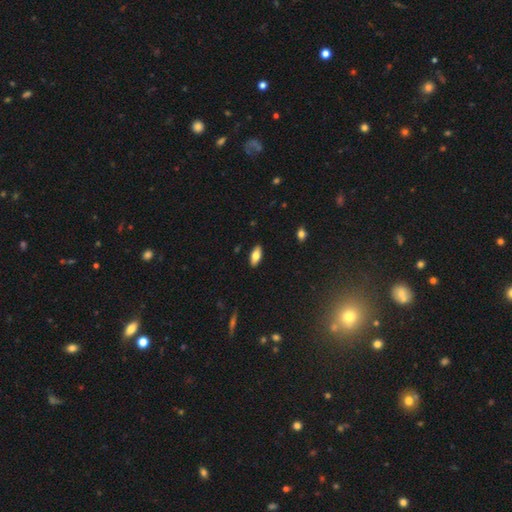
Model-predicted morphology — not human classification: The model was most divided on "smooth or featured": smooth: 74%, featured or disk: 19%, star or artifact: 7%. More confident: merging — none (89%); how rounded — in between (86%).